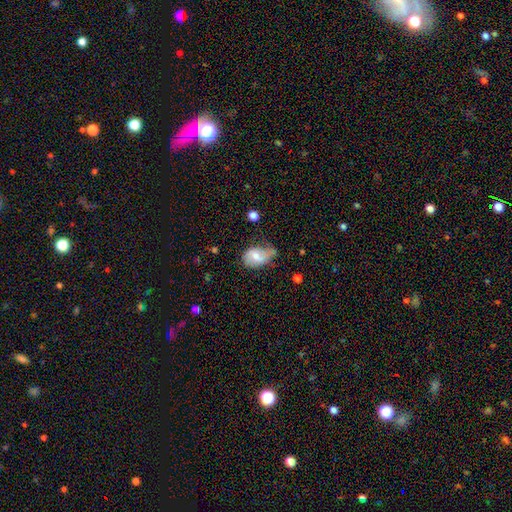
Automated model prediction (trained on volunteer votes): smooth_or_featured: smooth (p=0.53) [alt: featured or disk p=0.39]
how_rounded: in between (p=0.84) [alt: round p=0.15]
merging: minor disturbance (p=0.42) [alt: none p=0.36]